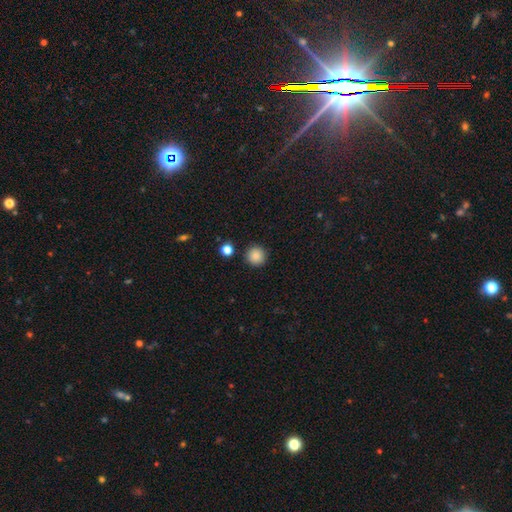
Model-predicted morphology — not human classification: A smooth galaxy with no disk features (87%) that is round (95%).

Vote fractions:
- Smooth or featured? smooth: 87% / star or artifact: 10% / featured or disk: 3%
- How rounded? round: 95% / in between: 4% / cigar-shaped: 1%
- Merging? none: 91% / minor disturbance: 5% / merger: 2% / major disturbance: 2%